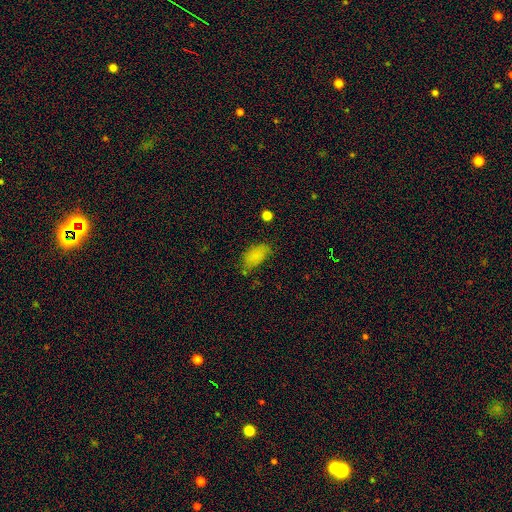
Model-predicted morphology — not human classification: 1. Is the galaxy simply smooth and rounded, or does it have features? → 83% smooth, 10% star or artifact, 7% featured or disk.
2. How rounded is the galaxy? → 93% in between, 4% cigar-shaped, 3% round.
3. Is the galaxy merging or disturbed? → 63% none, 26% minor disturbance, 7% major disturbance, 4% merger.